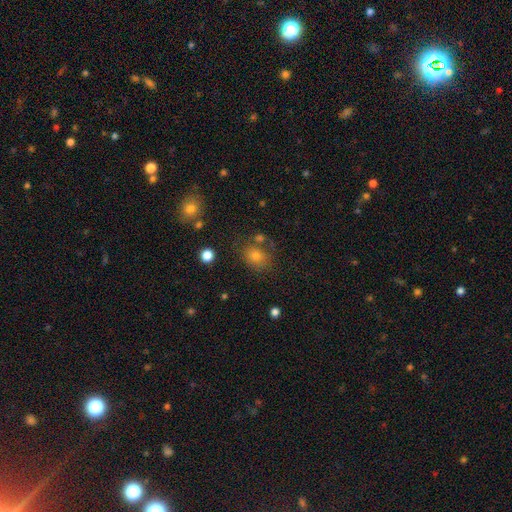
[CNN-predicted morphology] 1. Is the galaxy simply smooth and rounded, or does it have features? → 72% smooth, 18% star or artifact, 10% featured or disk.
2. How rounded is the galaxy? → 58% round, 41% in between, 1% cigar-shaped.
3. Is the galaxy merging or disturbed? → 70% none, 14% minor disturbance, 10% merger, 6% major disturbance.